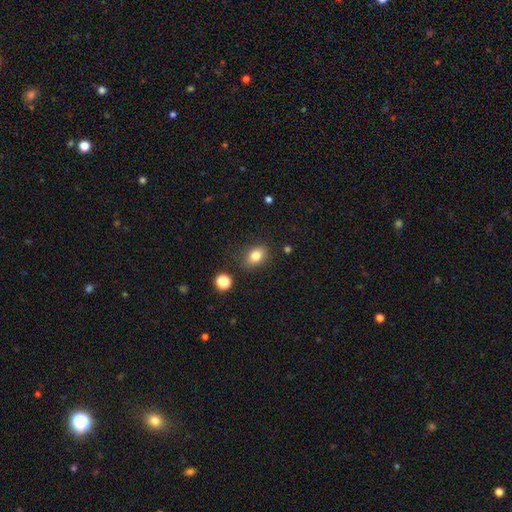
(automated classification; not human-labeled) Smooth or featured? Predicted: smooth (p=0.81). How rounded? Predicted: in between (p=0.69). Merging? Predicted: none (p=0.83).